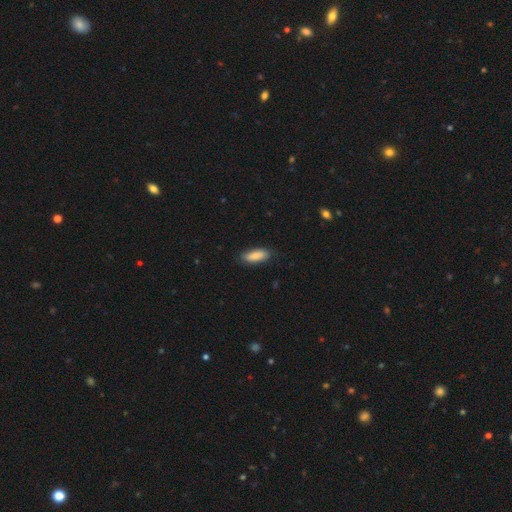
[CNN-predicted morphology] A smooth galaxy with no disk features (83%) that is in between round and cigar-shaped (74%). Merging: none (81%).